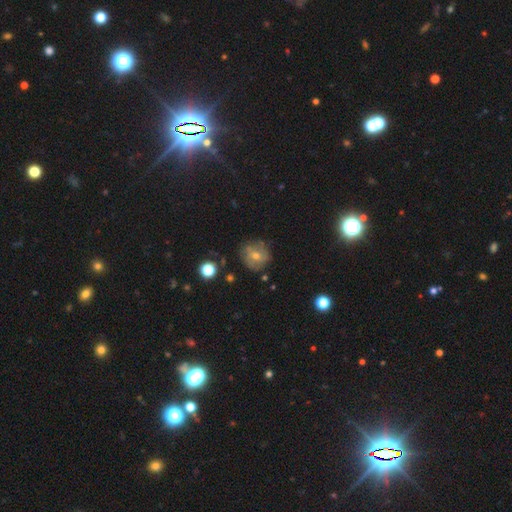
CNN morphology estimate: This is possibly a featured or disk galaxy (48%). Merging: likely none (77%).